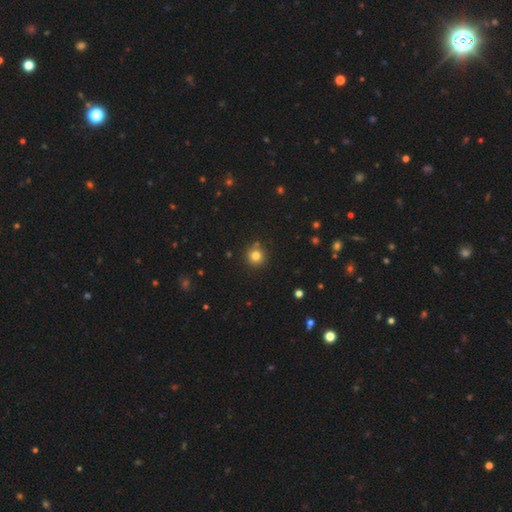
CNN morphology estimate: Smooth or featured: smooth — 80% (star or artifact — 14%)
How rounded: round — 93% (in between — 6%)
Merging: none — 84% (minor disturbance — 8%)